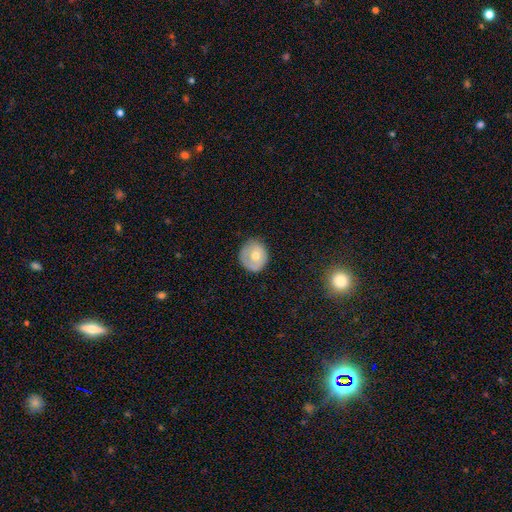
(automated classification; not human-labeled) Smooth or featured: smooth — 62% (featured or disk — 30%)
How rounded: round — 85% (in between — 14%)
Merging: none — 76% (minor disturbance — 18%)